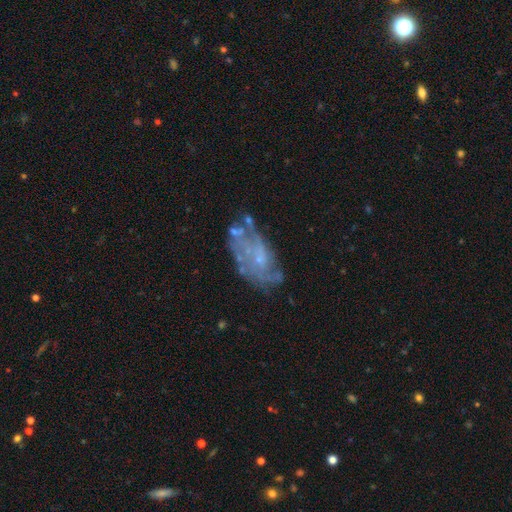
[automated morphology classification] Smooth or featured: featured or disk — 70% (smooth — 19%)
Edge-on disk: no — 95% (yes — 5%)
Bar: no — 75% (weak — 21%)
Spiral arms: yes — 64% (no — 36%)
Bulge size: small — 60% (none — 21%)
Merging: none — 52% (minor disturbance — 23%)